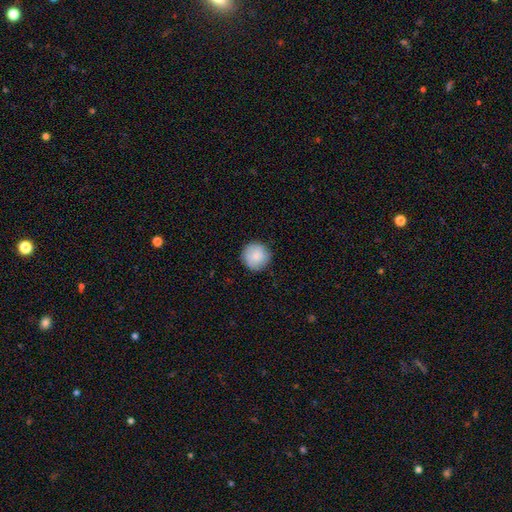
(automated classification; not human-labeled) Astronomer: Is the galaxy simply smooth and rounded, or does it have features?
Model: smooth — 86%.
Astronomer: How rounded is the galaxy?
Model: round — 96%.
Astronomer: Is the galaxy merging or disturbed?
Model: none — 88%.